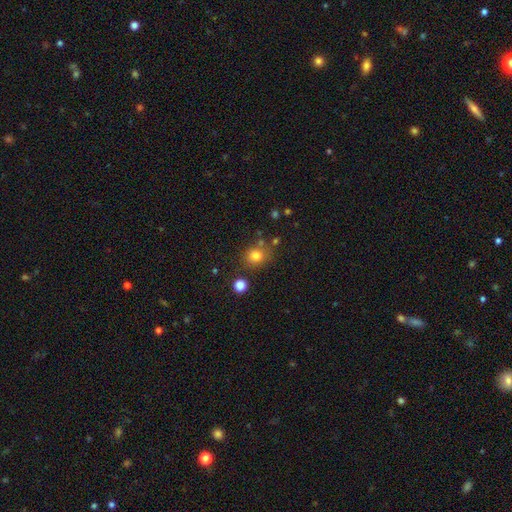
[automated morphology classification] This appears to be a smooth galaxy with no disk features (79%) that is round (78%). Merging: none (76%).